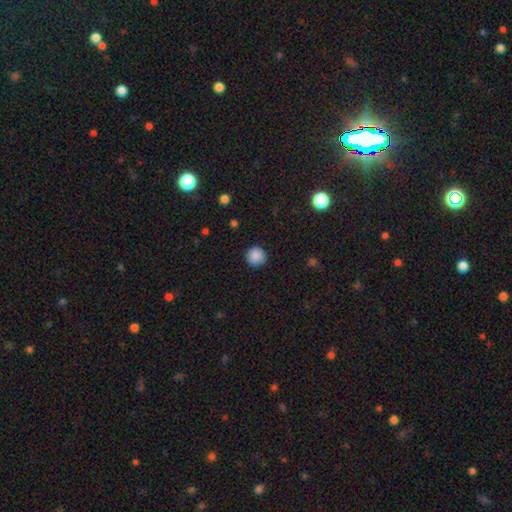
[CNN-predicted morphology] Q: Smooth or featured?
A: smooth (87%); runner-up: star or artifact (9%)
Q: How rounded?
A: round (94%); runner-up: in between (5%)
Q: Merging?
A: none (88%); runner-up: minor disturbance (9%)